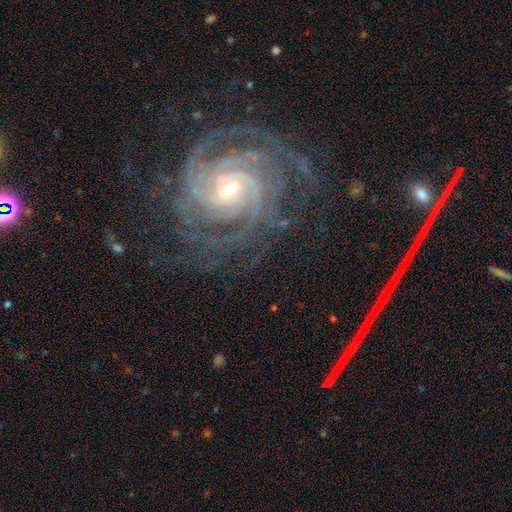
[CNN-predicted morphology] Smooth or featured? featured or disk (89%)
Edge-on disk? no (96%)
Bar? no (53%)
Spiral arms? yes (98%)
Spiral winding? tight (77%)
Spiral arm count? 4 (23%)
Bulge size? small (51%)
Merging? none (73%)